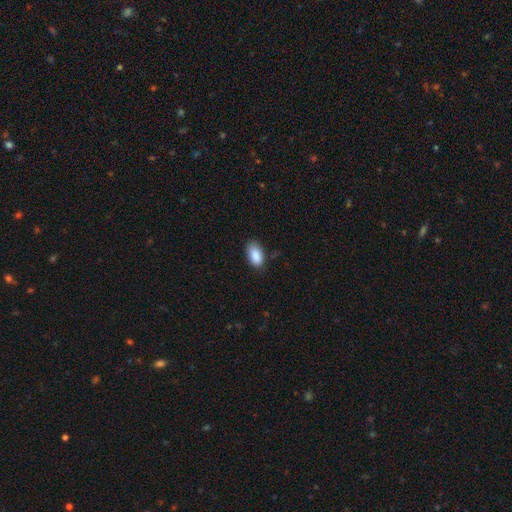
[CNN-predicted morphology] smooth-or-featured: smooth: 89% | star or artifact: 7% | featured or disk: 4%
  how-rounded: in between: 93% | round: 4% | cigar-shaped: 3%
  merging: none: 76% | minor disturbance: 19% | major disturbance: 3% | merger: 1%